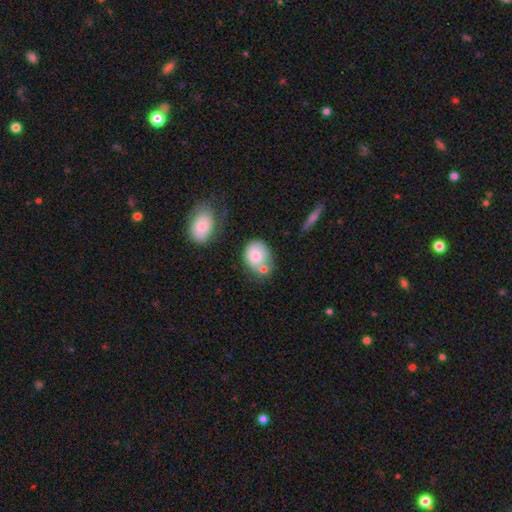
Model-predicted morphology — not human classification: Smooth or featured: smooth — 75% (featured or disk — 17%)
How rounded: in between — 54% (round — 45%)
Merging: none — 45% (merger — 25%)